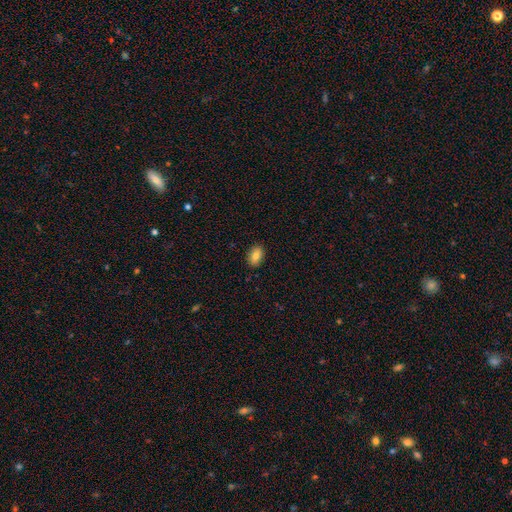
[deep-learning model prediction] Smooth or featured: smooth — 80% (featured or disk — 12%)
How rounded: in between — 87% (round — 11%)
Merging: none — 88% (minor disturbance — 9%)